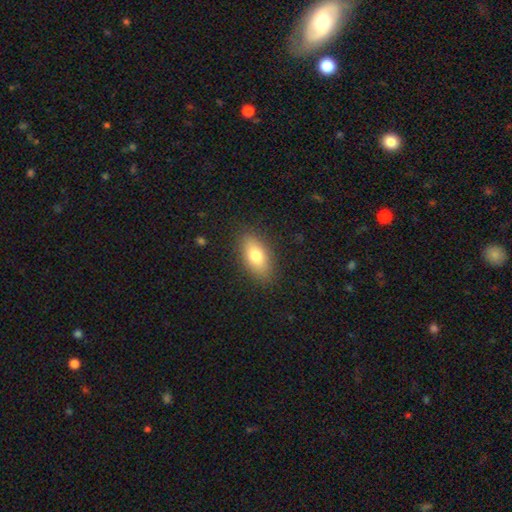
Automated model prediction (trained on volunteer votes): Smooth or featured: smooth — 76% (featured or disk — 16%)
How rounded: in between — 87% (cigar-shaped — 7%)
Merging: none — 86% (minor disturbance — 10%)